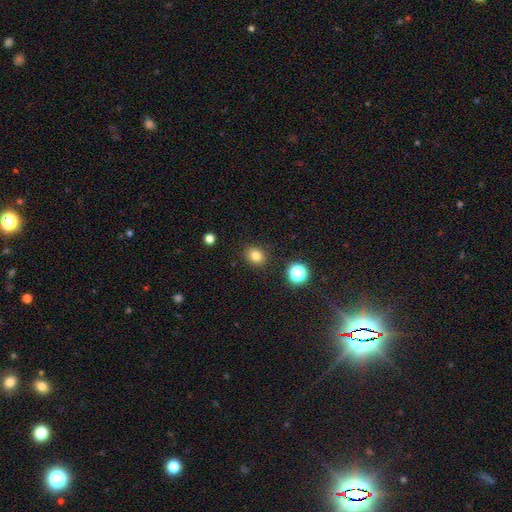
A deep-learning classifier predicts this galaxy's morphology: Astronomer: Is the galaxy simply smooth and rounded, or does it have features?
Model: smooth — 80%.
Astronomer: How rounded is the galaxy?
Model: round — 64%.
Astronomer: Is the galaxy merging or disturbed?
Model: none — 88%.